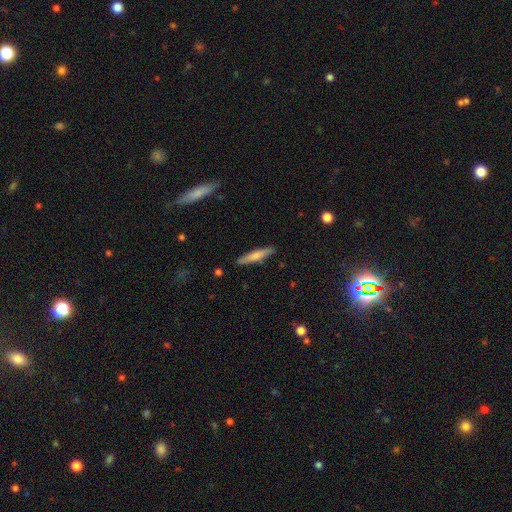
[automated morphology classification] Smooth or featured: smooth — 67% (featured or disk — 28%)
How rounded: cigar-shaped — 88% (in between — 11%)
Merging: none — 87% (minor disturbance — 10%)